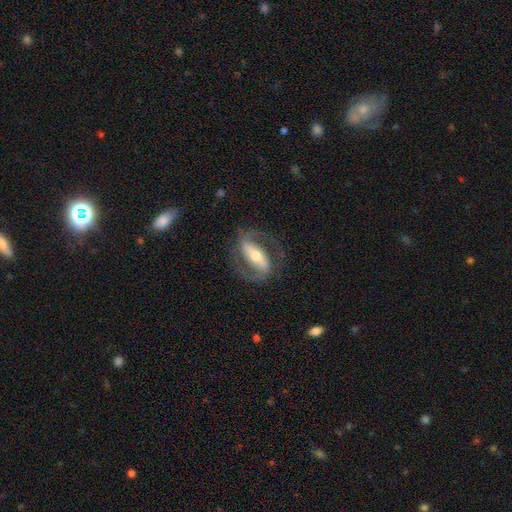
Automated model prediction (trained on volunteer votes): This appears to be a featured or disk galaxy (84%) with a strong bar (70%), 2 (89%) medium (52%) spiral arms (90%) and a moderate central bulge (60%). Merging: none (78%).